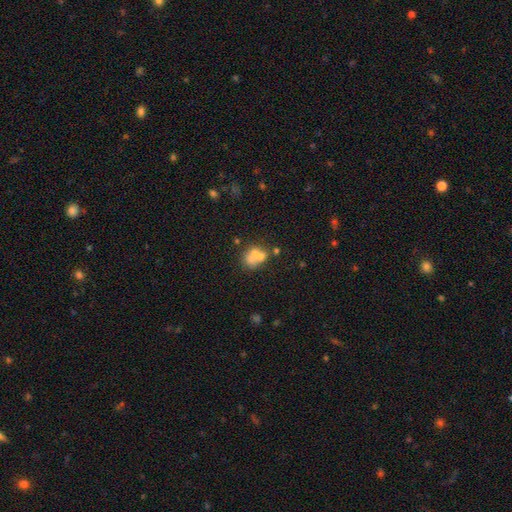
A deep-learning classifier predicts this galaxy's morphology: type=smooth (56%); roundness=round (59%); merging=merger (53%).